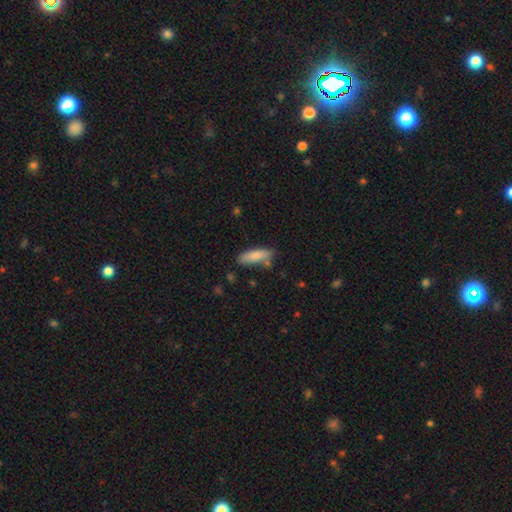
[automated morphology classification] smooth-or-featured: smooth: 82% | featured or disk: 12% | star or artifact: 6%
  how-rounded: in between: 49% (tied) | cigar-shaped: 49% (tied) | round: 2%
  merging: none: 72% | minor disturbance: 18% | merger: 6% | major disturbance: 4%